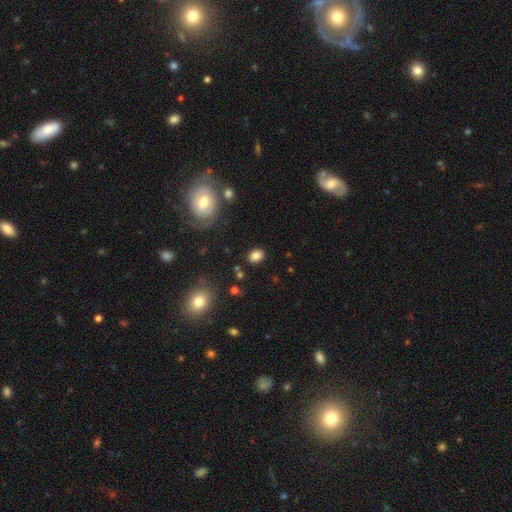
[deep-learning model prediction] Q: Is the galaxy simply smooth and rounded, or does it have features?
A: smooth — 82%.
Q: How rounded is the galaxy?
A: in between — 62%.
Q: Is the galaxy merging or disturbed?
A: none — 84%.